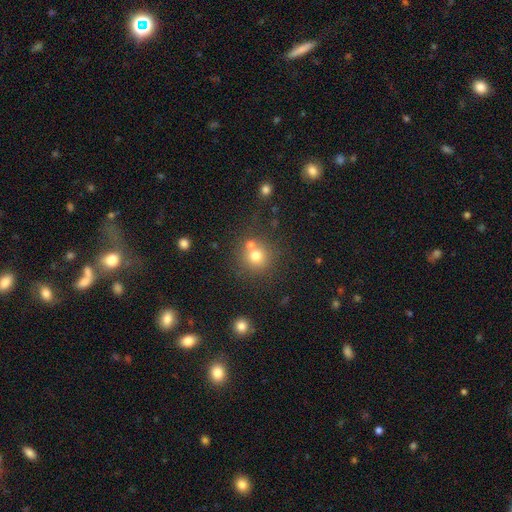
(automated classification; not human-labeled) Overall: smooth (72%). How rounded: round (91%). Merging: none (63%; merger 24%).